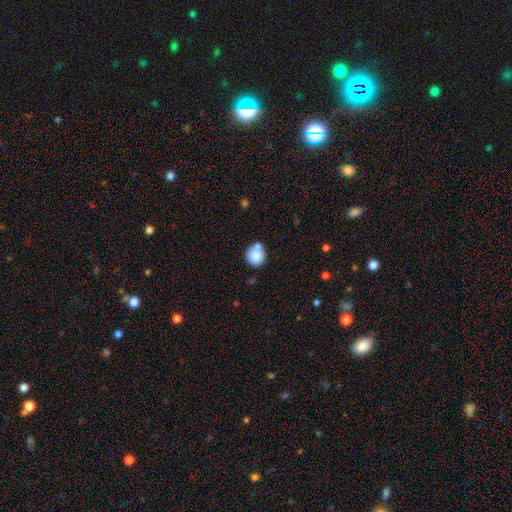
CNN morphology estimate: Smooth or featured? Predicted: smooth (p=0.84). How rounded? Predicted: round (p=0.87). Merging? Predicted: none (p=0.60).